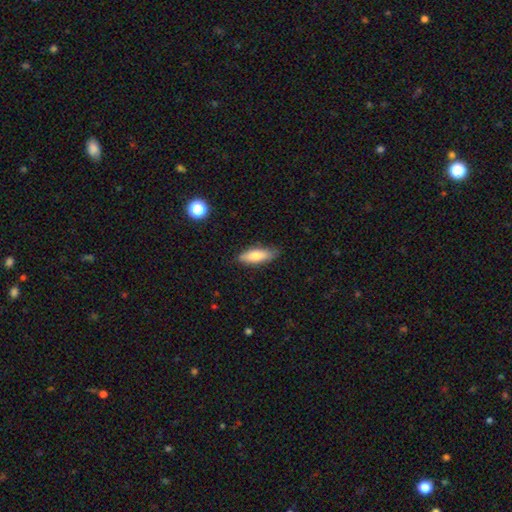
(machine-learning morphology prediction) smooth_or_featured: smooth (p=0.75) [alt: featured or disk p=0.19]
how_rounded: in between (p=0.62) [alt: cigar-shaped p=0.36]
merging: none (p=0.80) [alt: minor disturbance p=0.16]